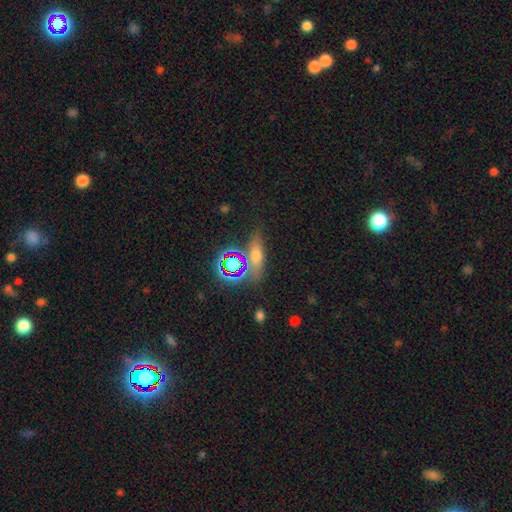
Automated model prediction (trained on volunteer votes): Smooth or featured: smooth — 53% (star or artifact — 28%)
How rounded: in between — 52% (cigar-shaped — 35%)
Merging: none — 74% (minor disturbance — 13%)